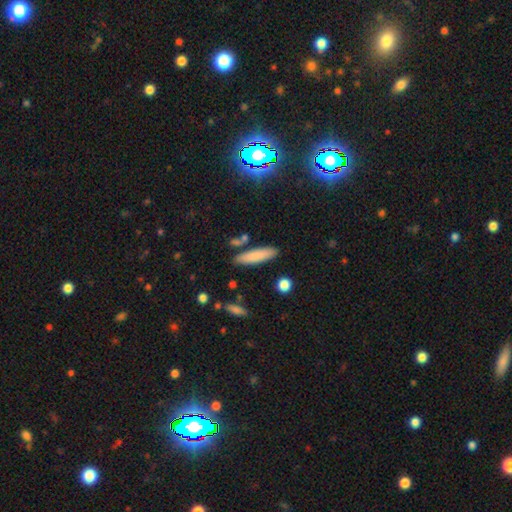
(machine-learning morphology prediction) Smooth or featured? Predicted: smooth (p=0.82). How rounded? Predicted: cigar-shaped (p=0.72). Merging? Predicted: none (p=0.83).